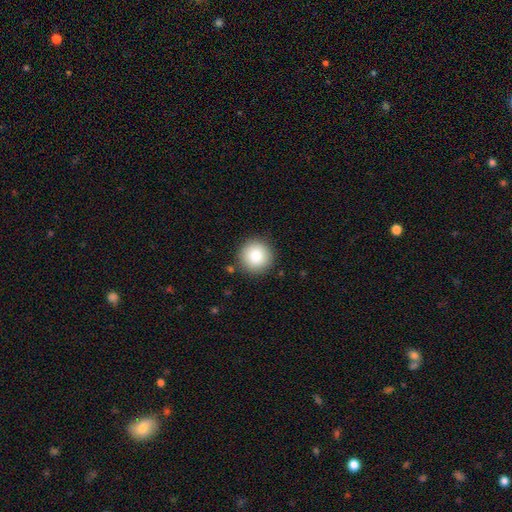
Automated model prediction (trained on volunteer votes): This is clearly a smooth galaxy (84%). How rounded: clearly round (95%). Merging: clearly none (89%).